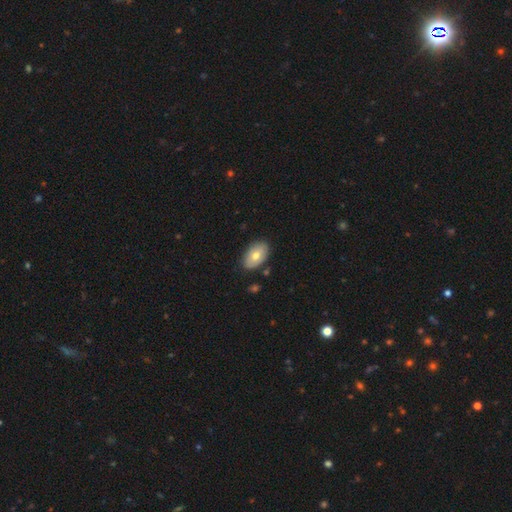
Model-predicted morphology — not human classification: This appears to be a smooth galaxy with no disk features (70%) that is in between round and cigar-shaped (92%). Merging: none (82%).